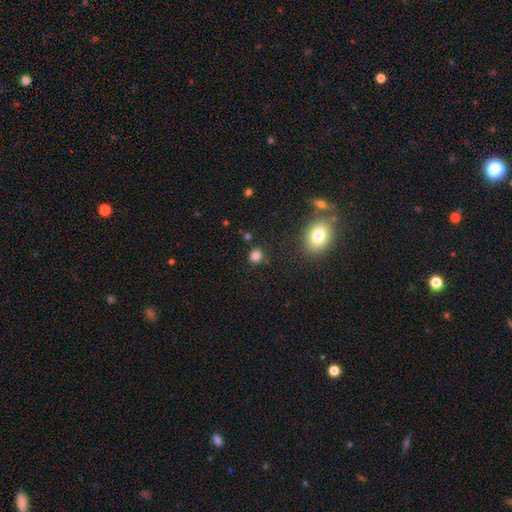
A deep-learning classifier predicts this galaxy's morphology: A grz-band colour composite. It shows a smooth galaxy with no disk features (81%) that is round (83%). Merging: none (85%).